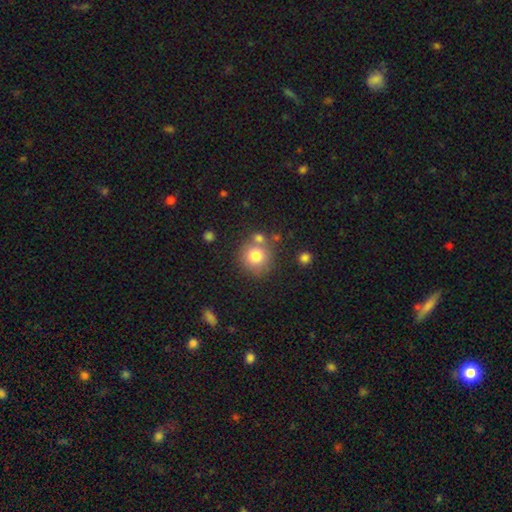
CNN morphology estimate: This is likely a smooth galaxy (78%). How rounded: clearly round (89%). Merging: likely none (65%).